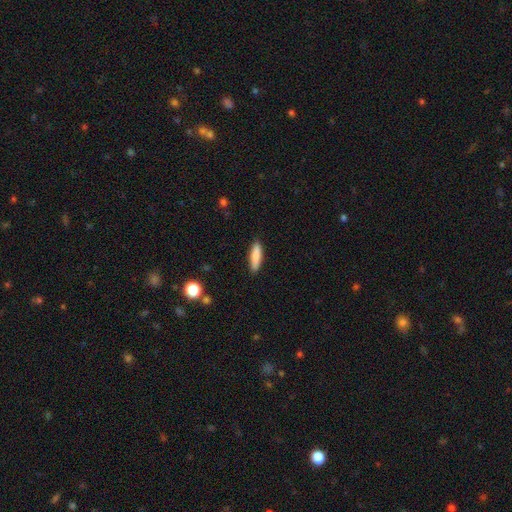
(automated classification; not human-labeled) Smooth or featured: smooth — 82% (featured or disk — 12%)
How rounded: cigar-shaped — 73% (in between — 26%)
Merging: none — 88% (minor disturbance — 9%)